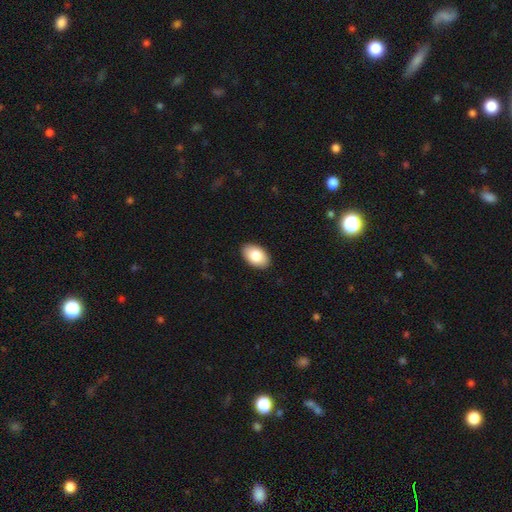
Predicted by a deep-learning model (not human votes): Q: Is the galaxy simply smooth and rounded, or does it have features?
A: smooth — 84%.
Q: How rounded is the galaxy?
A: in between — 93%.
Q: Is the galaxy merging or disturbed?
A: none — 90%.